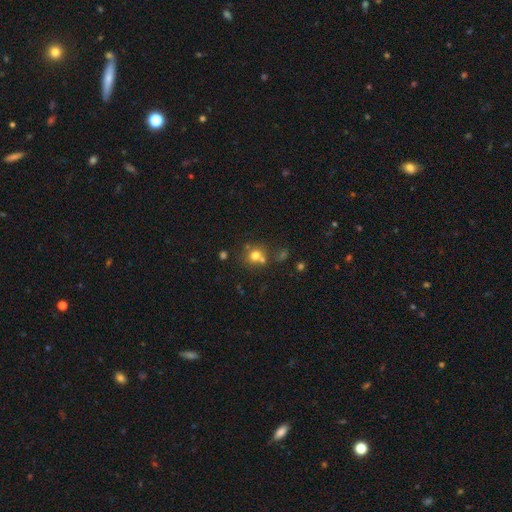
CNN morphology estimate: A smooth galaxy with no disk features (72%) that is round (82%).

Vote fractions:
- Smooth or featured? smooth: 72% / star or artifact: 16% / featured or disk: 13%
- How rounded? round: 82% / in between: 17% / cigar-shaped: 1%
- Merging? none: 55% / merger: 30% / minor disturbance: 11% / major disturbance: 5%